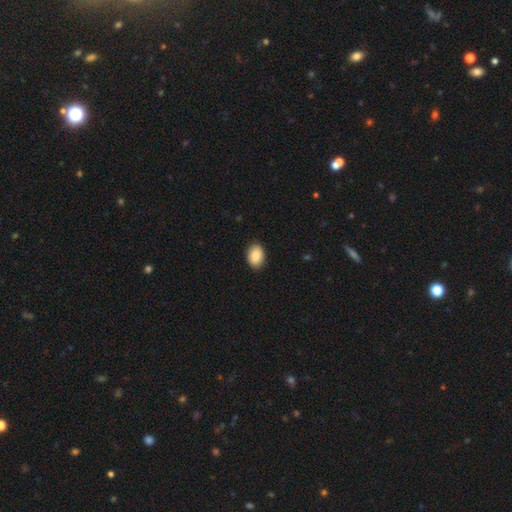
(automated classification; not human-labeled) Smooth or featured? Predicted: smooth (p=0.89). How rounded? Predicted: in between (p=0.83). Merging? Predicted: none (p=0.89).